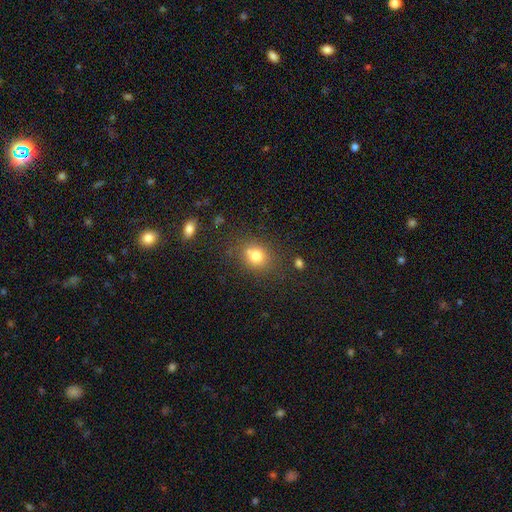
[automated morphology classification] The model was most divided on "how rounded": round: 64%, in between: 35%, cigar-shaped: 1%. More confident: smooth or featured — smooth (76%); merging — none (65%).